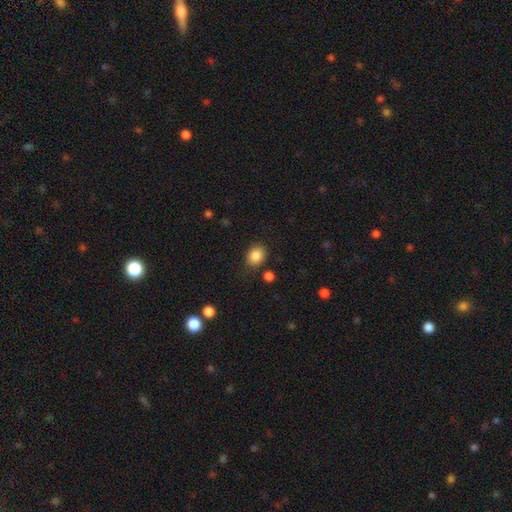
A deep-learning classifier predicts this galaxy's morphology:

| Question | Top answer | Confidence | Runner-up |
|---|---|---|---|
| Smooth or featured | smooth | 86% | star or artifact (9%) |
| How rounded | in between | 52% | round (47%) |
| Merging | none | 81% | minor disturbance (12%) |